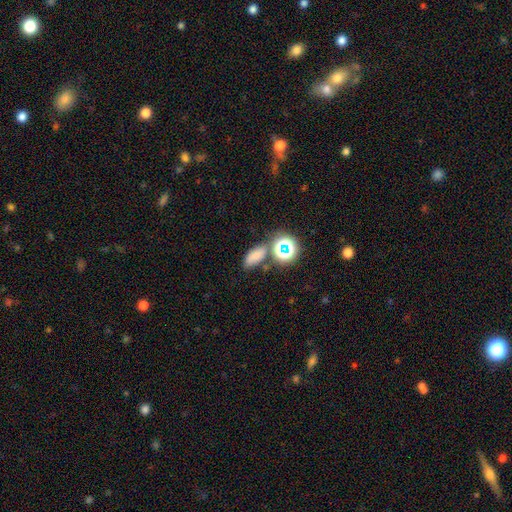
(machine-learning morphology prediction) A smooth galaxy with no disk features (70%) that is in between round and cigar-shaped (79%).

Vote fractions:
- Smooth or featured? smooth: 70% / star or artifact: 21% / featured or disk: 9%
- How rounded? in between: 79% / round: 14% / cigar-shaped: 7%
- Merging? none: 63% / merger: 17% / minor disturbance: 15% / major disturbance: 6%